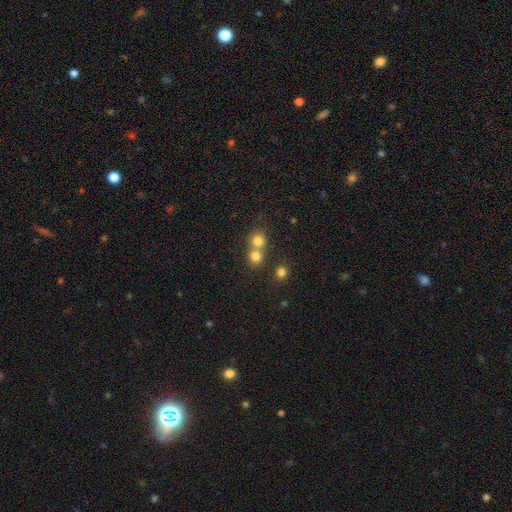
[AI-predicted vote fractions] Smooth or featured: smooth — 76% (star or artifact — 15%)
How rounded: round — 87% (in between — 12%)
Merging: merger — 48% (none — 45%)